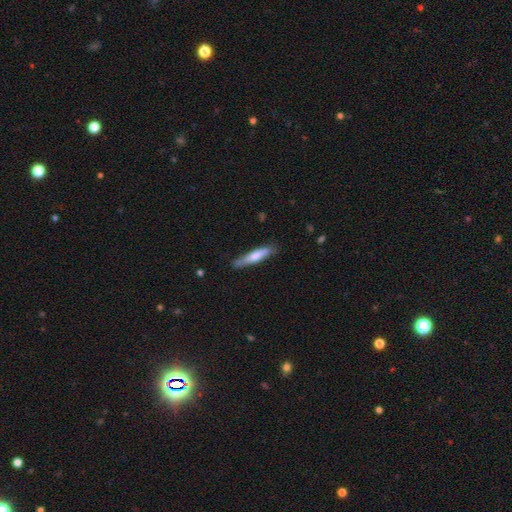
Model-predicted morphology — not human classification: Overall: smooth (60%; featured or disk 35%). How rounded: cigar-shaped (85%). Merging: none (76%).